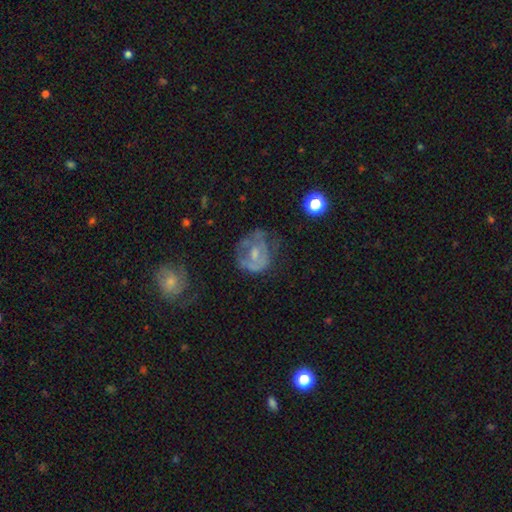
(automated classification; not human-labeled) The model was most divided on "bulge size": moderate: 43%, small: 40%, none: 13%, large: 3%, dominant: 1%. Remaining: edge-on disk — no (97%); bar — no (69%); smooth or featured — featured or disk (58%); spiral arms — no (54%); merging — none (45%).